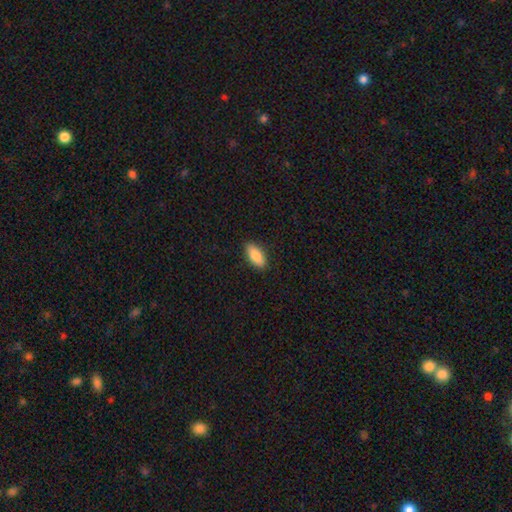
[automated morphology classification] Smooth or featured? smooth (86%)
How rounded? in between (84%)
Merging? none (89%)